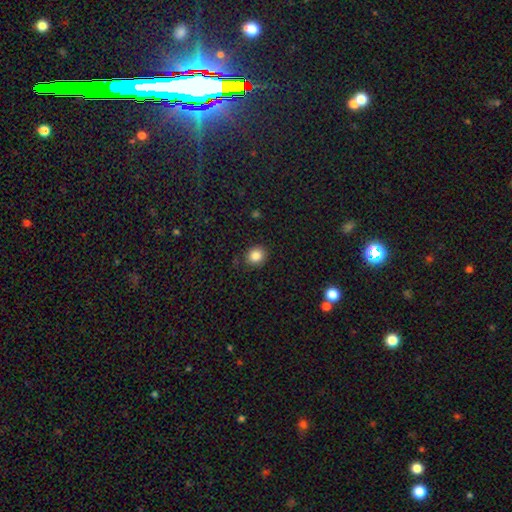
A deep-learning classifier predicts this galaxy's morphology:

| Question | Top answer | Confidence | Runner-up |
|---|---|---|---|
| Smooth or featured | smooth | 85% | star or artifact (10%) |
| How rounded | round | 79% | in between (20%) |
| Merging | none | 87% | minor disturbance (9%) |